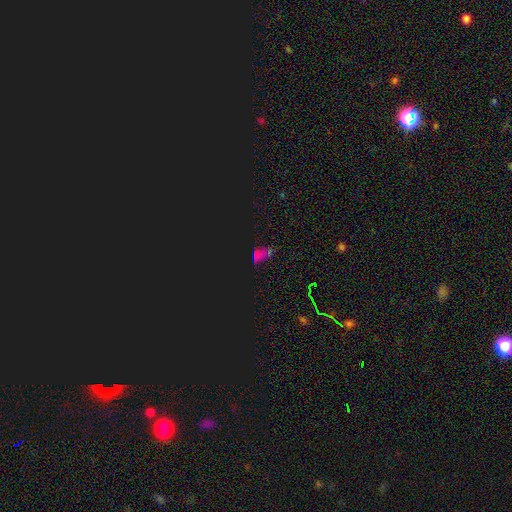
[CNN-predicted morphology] star or artifact 66%, smooth 25%, featured or disk 9%.